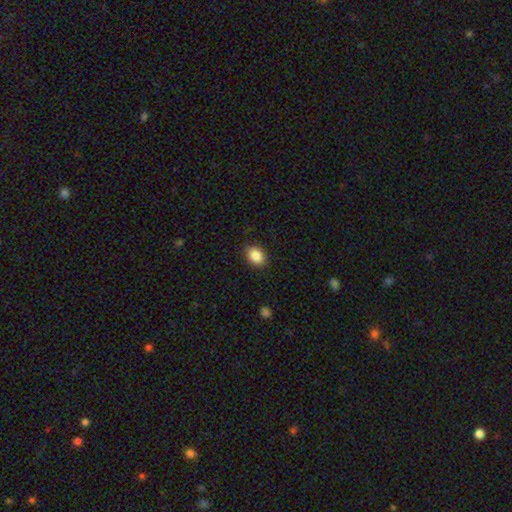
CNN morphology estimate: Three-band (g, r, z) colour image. It shows a smooth galaxy with no disk features (87%) that is in between round and cigar-shaped (74%). Merging: none (87%).